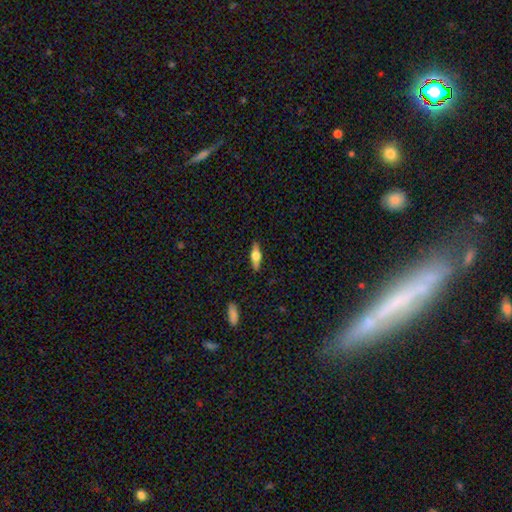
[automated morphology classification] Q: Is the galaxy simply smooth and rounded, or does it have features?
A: featured or disk — 49%.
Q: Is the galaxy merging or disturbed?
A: none — 88%.